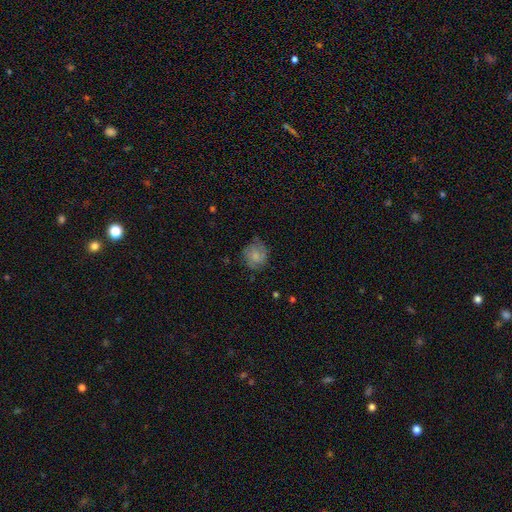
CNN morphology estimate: The model was most divided on "smooth or featured": smooth: 67%, featured or disk: 25%, star or artifact: 8%. More confident: how rounded — round (80%); merging — none (70%).